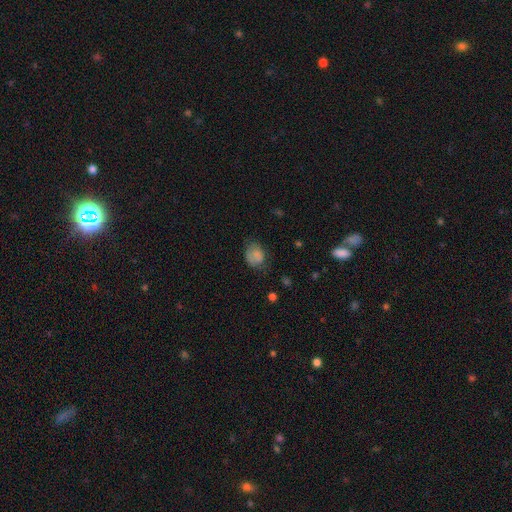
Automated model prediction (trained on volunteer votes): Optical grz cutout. It shows a smooth galaxy with no disk features (75%) that is in between round and cigar-shaped (60%). Merging: none (51%).